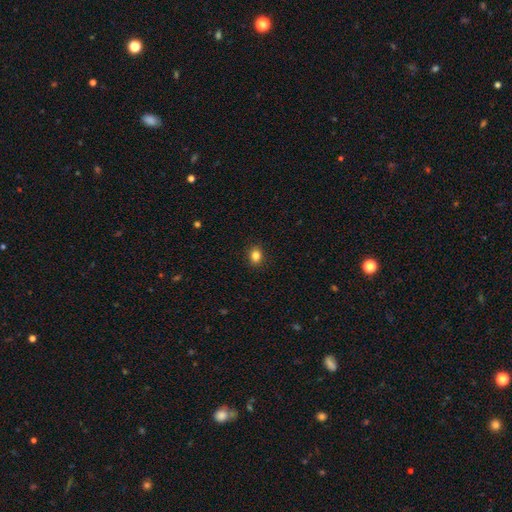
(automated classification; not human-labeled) Q: Smooth or featured?
A: smooth (84%); runner-up: star or artifact (11%)
Q: How rounded?
A: round (54%); runner-up: in between (45%)
Q: Merging?
A: none (91%); runner-up: minor disturbance (7%)